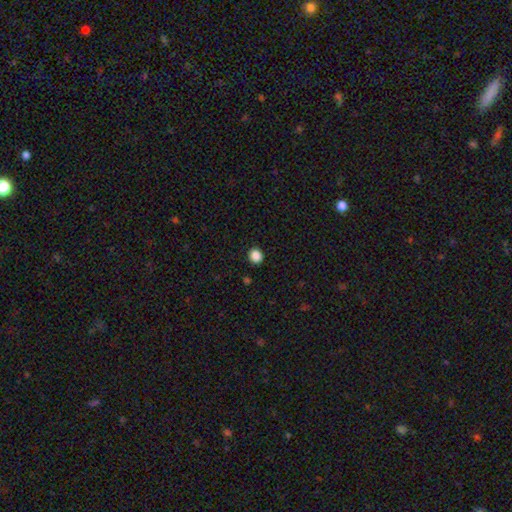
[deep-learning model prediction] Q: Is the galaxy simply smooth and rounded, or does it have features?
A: smooth — 88%.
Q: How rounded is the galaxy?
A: round — 78%.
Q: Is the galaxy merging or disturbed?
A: none — 91%.